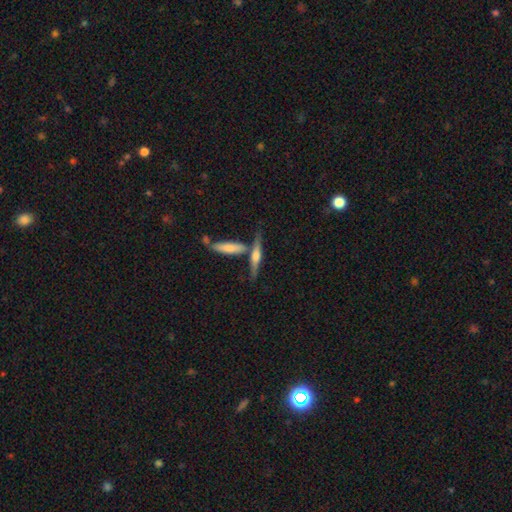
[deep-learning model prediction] Morphology: type=featured or disk (62%); edge-on=yes (94%); edge-on bulge=rounded (81%); merging=none (62%).